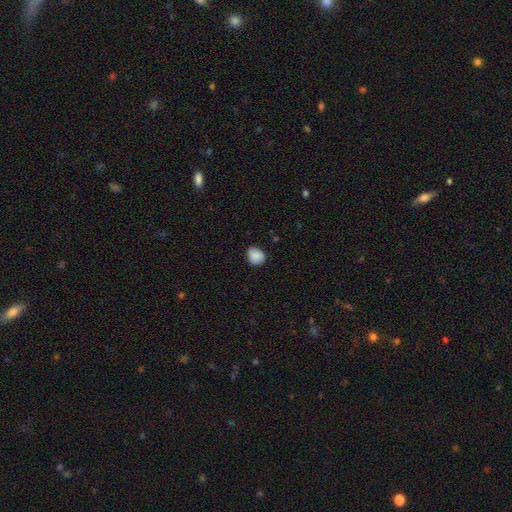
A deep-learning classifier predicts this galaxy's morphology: Smooth or featured: smooth — 88% (star or artifact — 8%)
How rounded: round — 66% (in between — 33%)
Merging: none — 78% (minor disturbance — 18%)